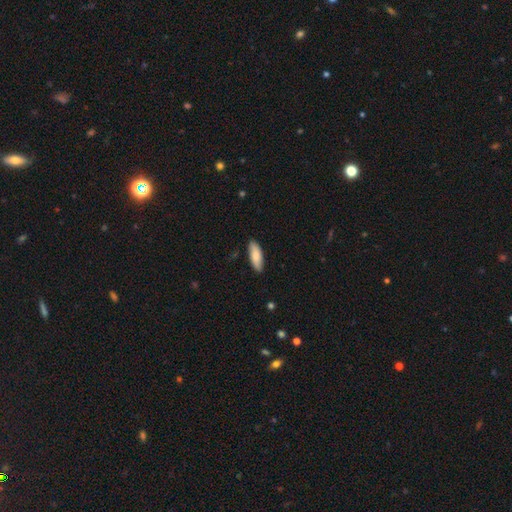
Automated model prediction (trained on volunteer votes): Morphology: type=smooth (80%); roundness=in between (60%); merging=none (86%).